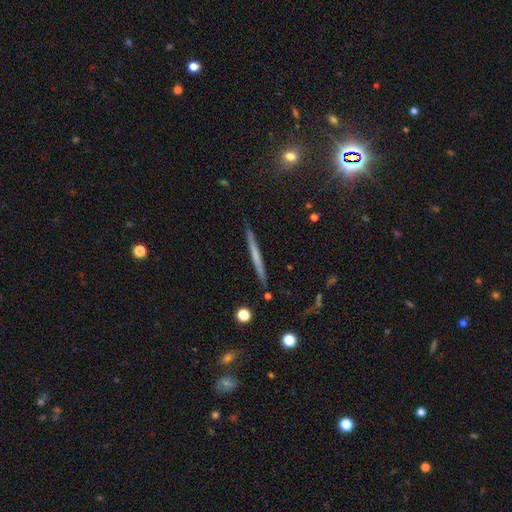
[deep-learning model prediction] Smooth or featured?
  - featured or disk: 48% *
  - smooth: 44%
  - star or artifact: 8%
Merging?
  - none: 91% *
  - minor disturbance: 7%
  - major disturbance: 1%
  - merger: 1%